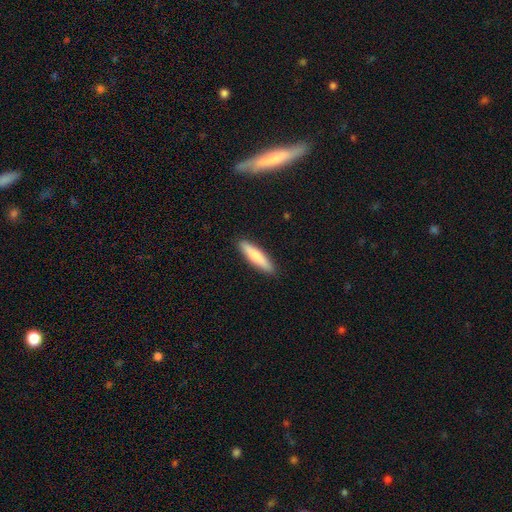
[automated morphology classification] Smooth or featured? Predicted: smooth (p=0.79). How rounded? Predicted: cigar-shaped (p=0.82). Merging? Predicted: none (p=0.90).